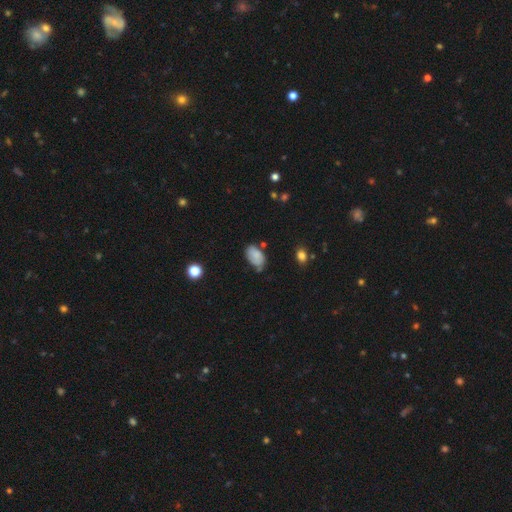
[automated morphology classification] Smooth or featured? smooth (77%)
How rounded? in between (91%)
Merging? none (50%)